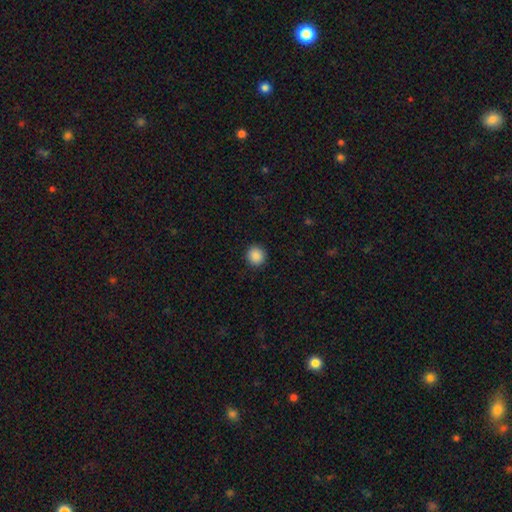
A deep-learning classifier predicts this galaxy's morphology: smooth_or_featured: smooth (p=0.89) [alt: star or artifact p=0.09]
how_rounded: round (p=0.91) [alt: in between p=0.08]
merging: none (p=0.92) [alt: minor disturbance p=0.05]